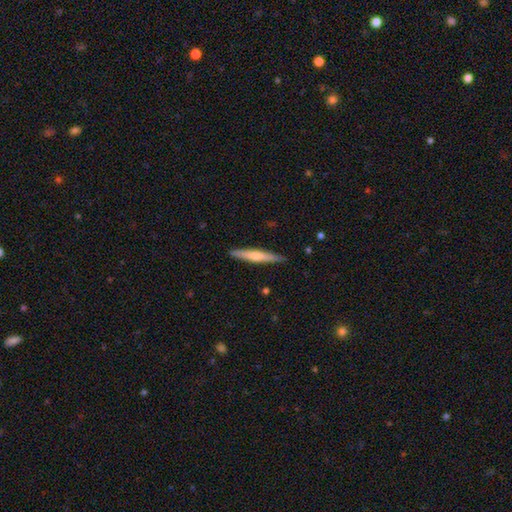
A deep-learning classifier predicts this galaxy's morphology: featured or disk 48%, smooth 46%, star or artifact 6%. Down the decision tree: merging — none (89%).